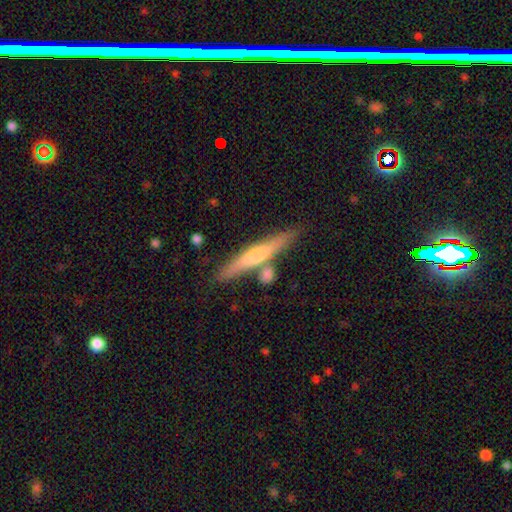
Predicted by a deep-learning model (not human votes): Smooth or featured? featured or disk (57%)
Edge-on disk? yes (96%)
Edge-on bulge? rounded (73%)
Merging? none (80%)